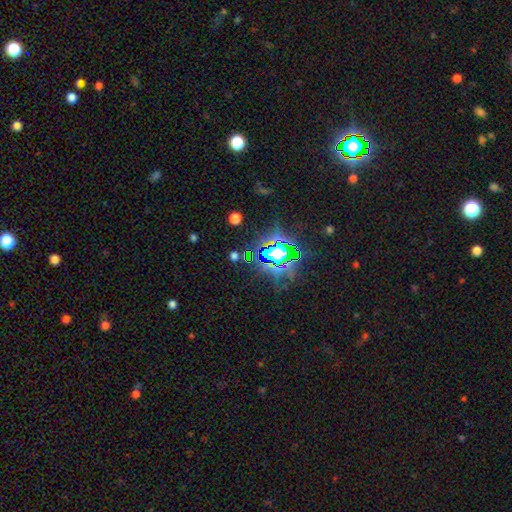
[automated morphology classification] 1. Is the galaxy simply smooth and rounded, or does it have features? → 82% star or artifact, 11% smooth, 7% featured or disk.